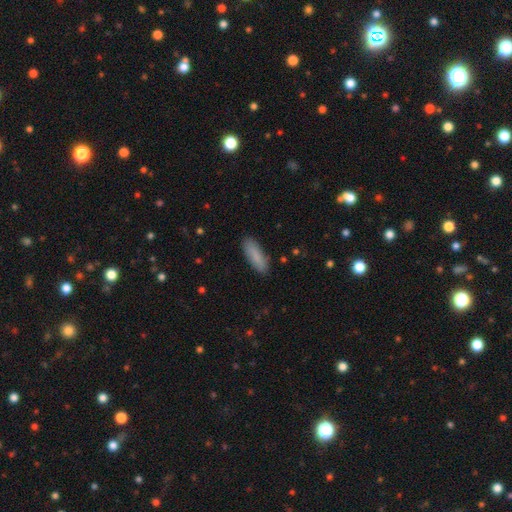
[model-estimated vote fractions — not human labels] smooth_or_featured: smooth (p=0.85) [alt: featured or disk p=0.09]
how_rounded: in between (p=0.55) [alt: cigar-shaped p=0.44]
merging: none (p=0.87) [alt: minor disturbance p=0.10]